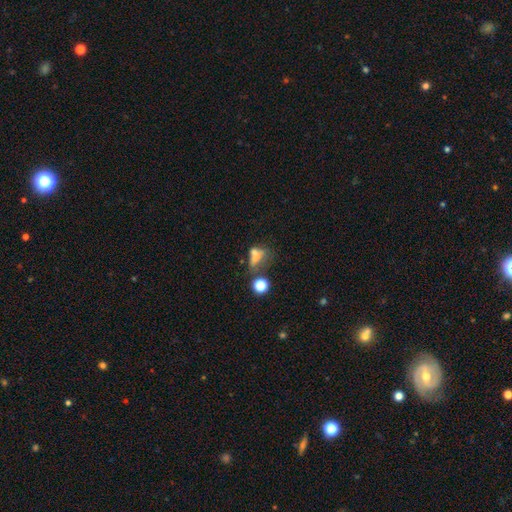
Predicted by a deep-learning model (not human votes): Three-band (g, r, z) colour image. It shows a smooth galaxy with no disk features (56%) that is in between round and cigar-shaped (62%). Merging: merger (32%).